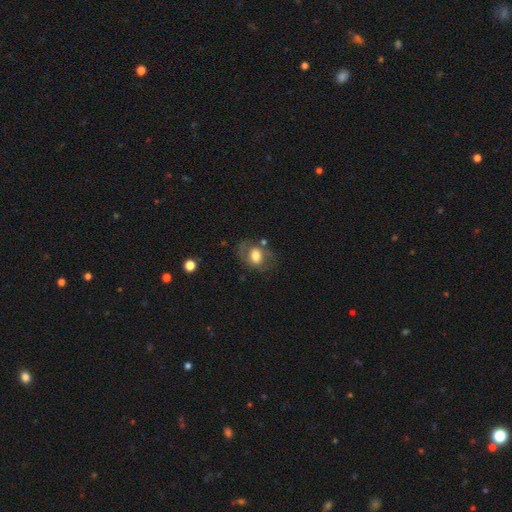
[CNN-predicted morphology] The model was most divided on "smooth or featured": smooth: 49%, featured or disk: 42%, star or artifact: 8%. More confident: merging — none (58%).